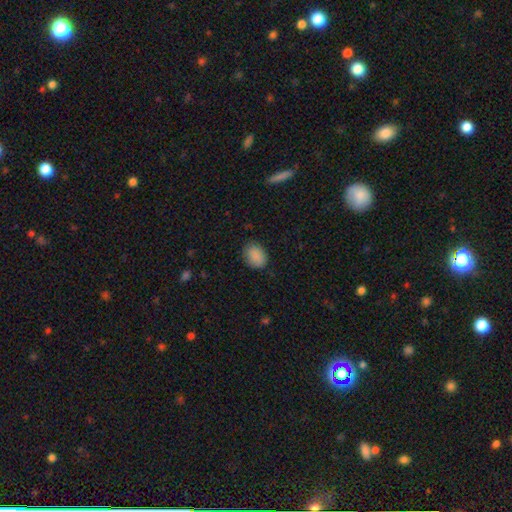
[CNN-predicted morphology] Smooth or featured? Predicted: smooth (p=0.89). How rounded? Predicted: in between (p=0.62). Merging? Predicted: none (p=0.82).